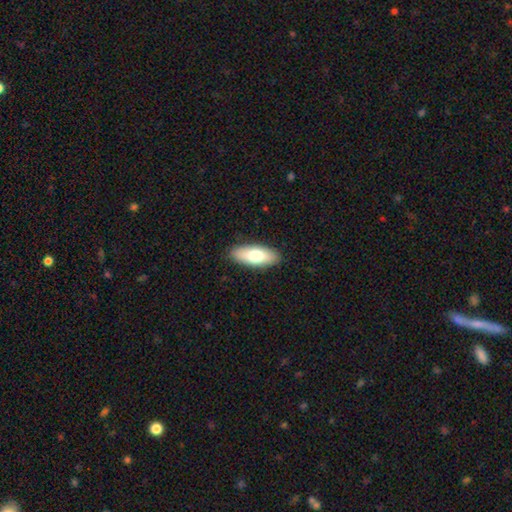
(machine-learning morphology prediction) smooth 74%, featured or disk 20%, star or artifact 6%. Down the decision tree: how rounded — in between (77%); merging — none (89%).